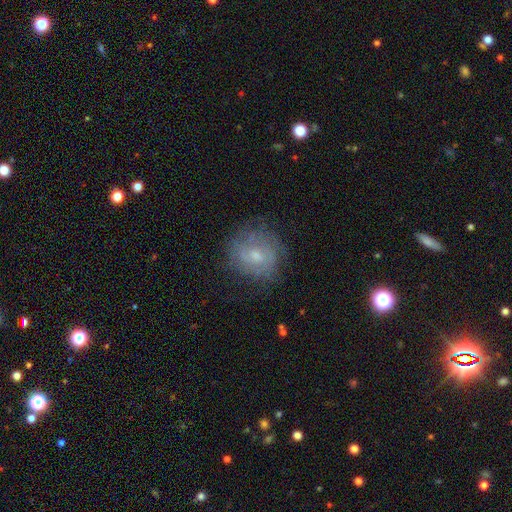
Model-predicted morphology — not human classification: type=featured or disk (49%); merging=none (69%).